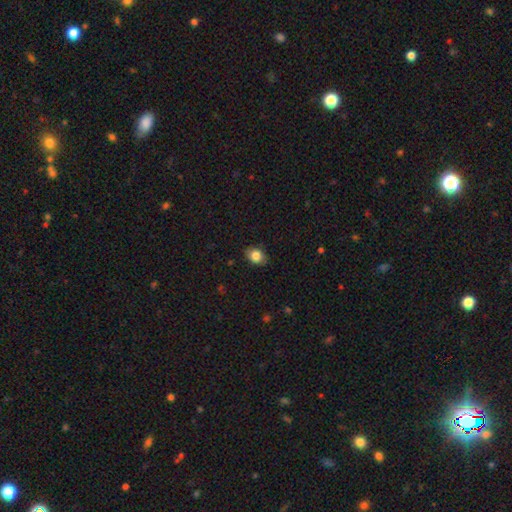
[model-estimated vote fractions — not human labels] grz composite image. It shows a smooth galaxy with no disk features (84%) that is in between round and cigar-shaped (65%). Merging: none (85%).